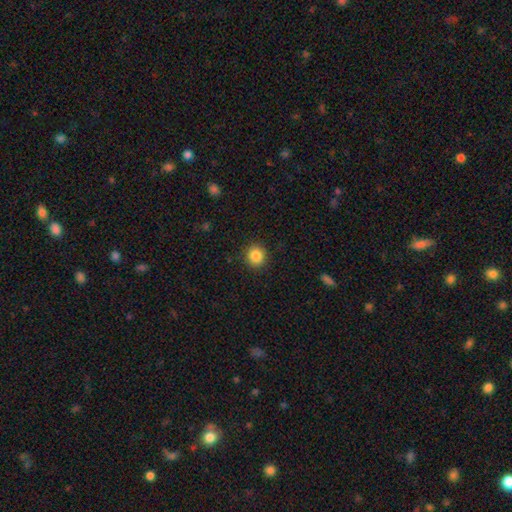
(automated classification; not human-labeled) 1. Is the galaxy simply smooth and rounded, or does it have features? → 86% smooth, 10% star or artifact, 4% featured or disk.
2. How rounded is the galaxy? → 90% round, 10% in between, 1% cigar-shaped.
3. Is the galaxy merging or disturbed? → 91% none, 6% minor disturbance, 2% major disturbance, 1% merger.